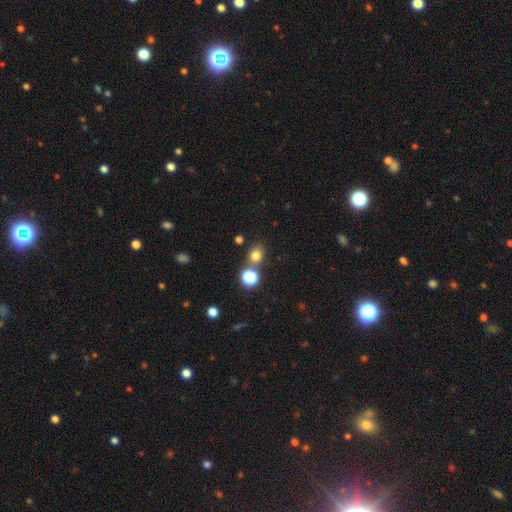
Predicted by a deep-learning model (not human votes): The model was most divided on "how rounded": round: 64%, in between: 35%, cigar-shaped: 1%. More confident: smooth or featured — smooth (74%); merging — none (71%).